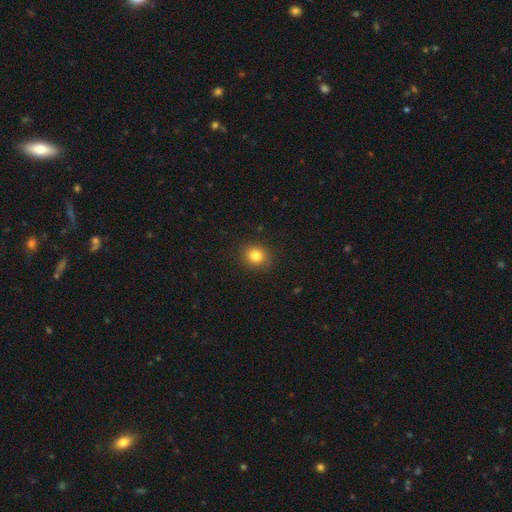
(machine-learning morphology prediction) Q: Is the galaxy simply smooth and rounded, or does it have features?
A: smooth — 83%.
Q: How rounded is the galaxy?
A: round — 78%.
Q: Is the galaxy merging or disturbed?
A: none — 88%.